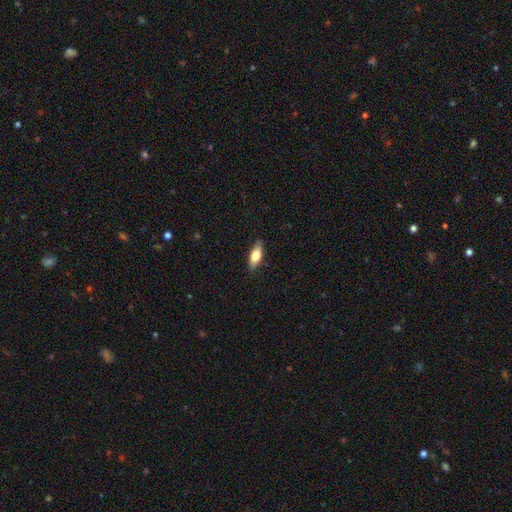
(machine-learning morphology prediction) type=smooth (70%); roundness=in between (71%); merging=none (85%).